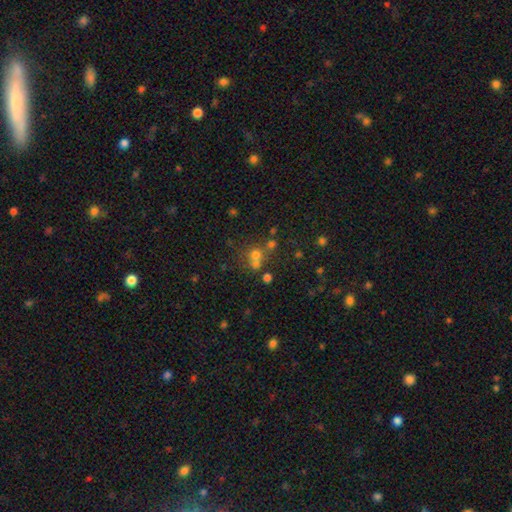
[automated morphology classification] Smooth or featured?
  - smooth: 58% *
  - star or artifact: 26%
  - featured or disk: 15%
How rounded?
  - round: 86% *
  - in between: 13%
  - cigar-shaped: 1%
Merging?
  - none: 49% *
  - merger: 40%
  - minor disturbance: 7%
  - major disturbance: 4%